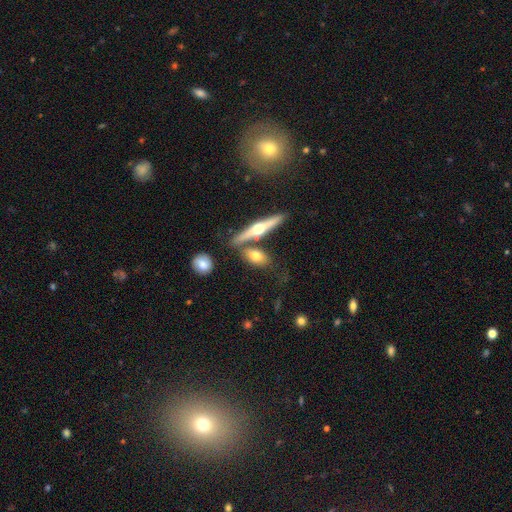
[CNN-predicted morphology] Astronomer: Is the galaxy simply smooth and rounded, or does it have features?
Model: smooth — 57% (runner-up: featured or disk, 36%).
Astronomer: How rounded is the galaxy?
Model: in between — 66%.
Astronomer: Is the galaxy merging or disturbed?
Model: none — 60%.